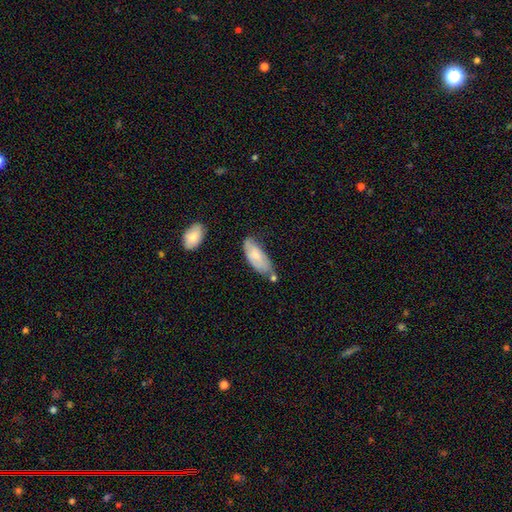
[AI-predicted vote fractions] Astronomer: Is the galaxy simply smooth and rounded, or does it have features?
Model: smooth — 69%.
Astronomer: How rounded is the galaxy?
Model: in between — 80%.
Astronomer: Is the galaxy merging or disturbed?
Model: none — 44% (runner-up: minor disturbance, 34%).